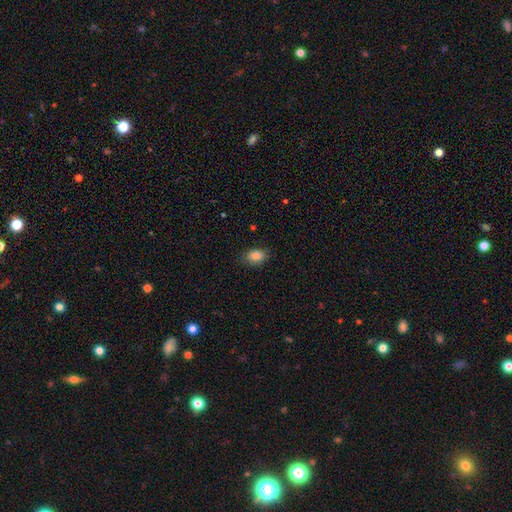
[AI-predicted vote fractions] Smooth or featured? smooth (85%)
How rounded? in between (78%)
Merging? none (80%)